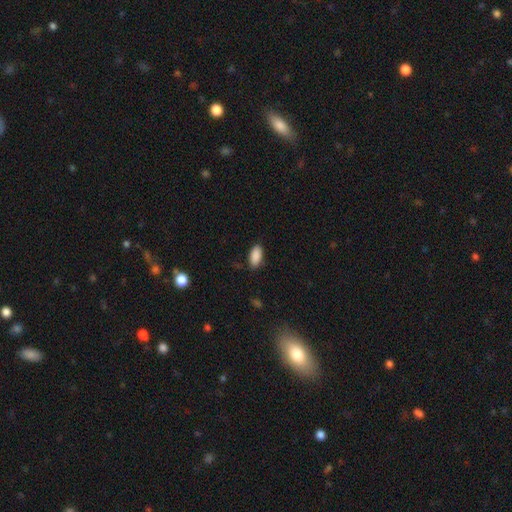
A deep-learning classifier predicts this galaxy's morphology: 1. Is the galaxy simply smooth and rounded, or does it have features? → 90% smooth, 7% star or artifact, 3% featured or disk.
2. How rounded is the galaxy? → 91% in between, 6% cigar-shaped, 2% round.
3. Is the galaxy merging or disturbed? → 84% none, 12% minor disturbance, 3% major disturbance, 1% merger.